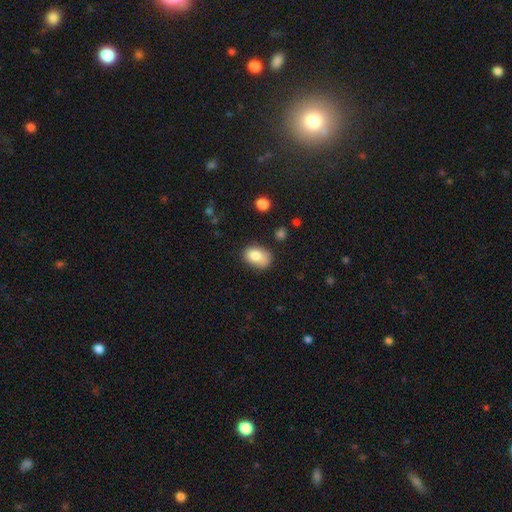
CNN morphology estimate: Overall: smooth (81%). How rounded: in between (77%). Merging: none (58%; minor disturbance 29%).